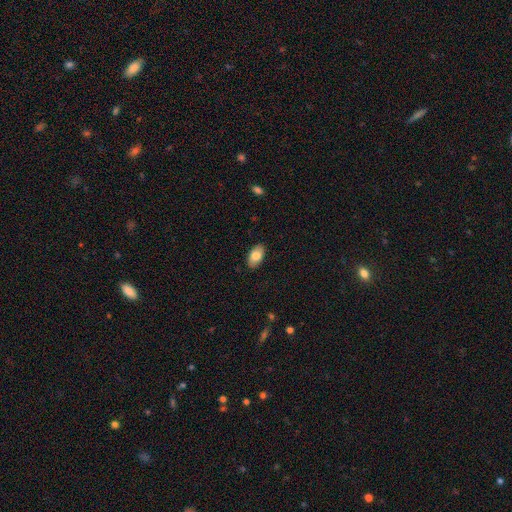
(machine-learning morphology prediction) smooth-or-featured: smooth: 81% | featured or disk: 12% | star or artifact: 7%
  how-rounded: in between: 94% | round: 5% | cigar-shaped: 2%
  merging: none: 88% | minor disturbance: 10% | major disturbance: 2% | merger: 1%